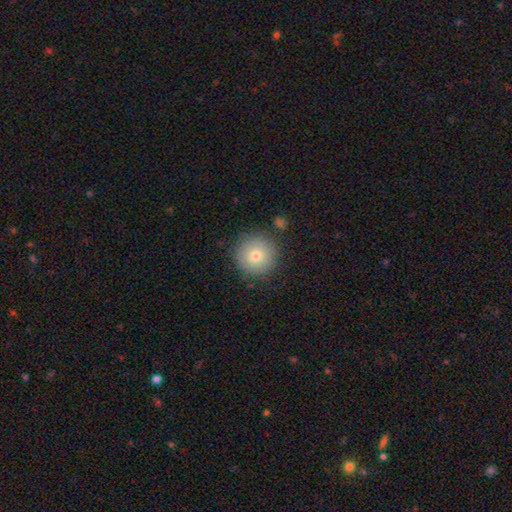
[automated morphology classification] Q: Smooth or featured?
A: smooth (77%); runner-up: featured or disk (13%)
Q: How rounded?
A: round (96%); runner-up: in between (3%)
Q: Merging?
A: none (87%); runner-up: minor disturbance (9%)